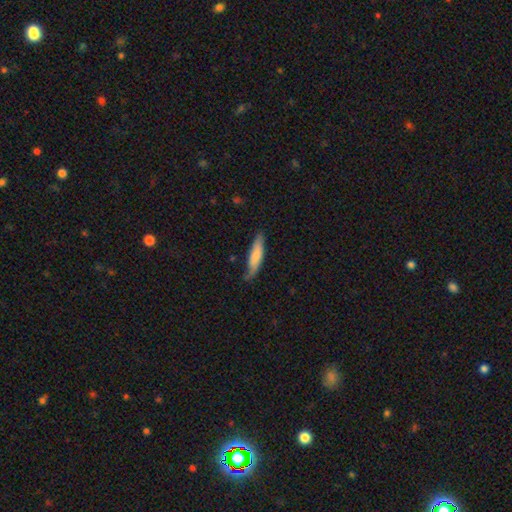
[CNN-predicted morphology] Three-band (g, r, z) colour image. It shows a smooth galaxy with no disk features (73%) that is cigar-shaped (75%). Merging: none (69%).